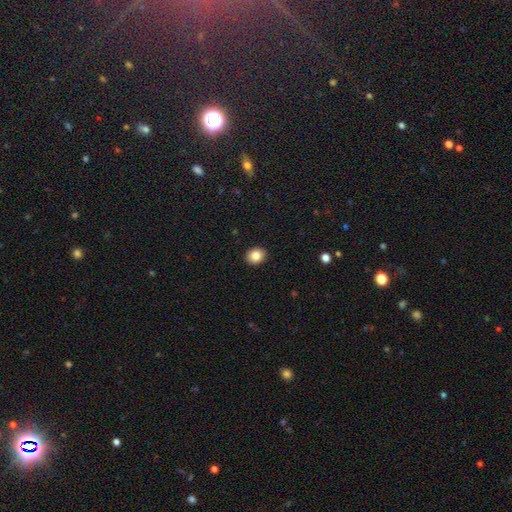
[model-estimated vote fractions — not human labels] A smooth galaxy with no disk features (84%) that is round (63%). Merging: none (92%).